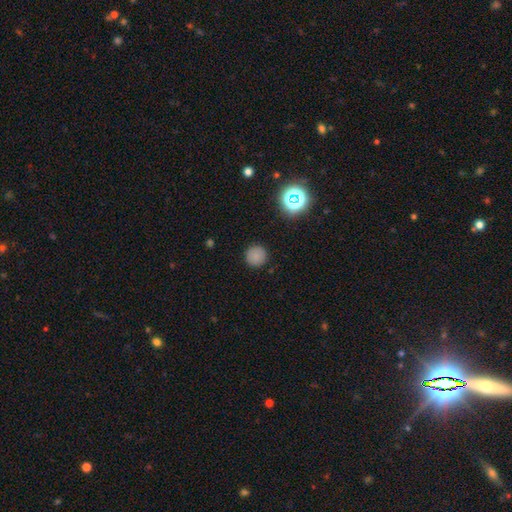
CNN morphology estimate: type=smooth (81%); roundness=round (95%); merging=none (90%).